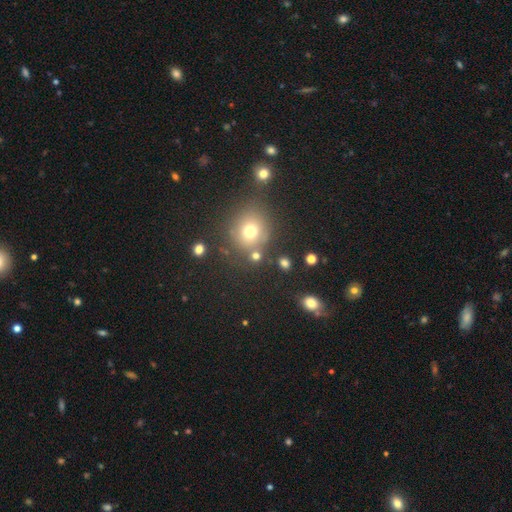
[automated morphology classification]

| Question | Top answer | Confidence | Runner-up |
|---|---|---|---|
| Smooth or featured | smooth | 69% | star or artifact (21%) |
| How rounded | round | 81% | in between (18%) |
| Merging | none | 74% | merger (11%) |